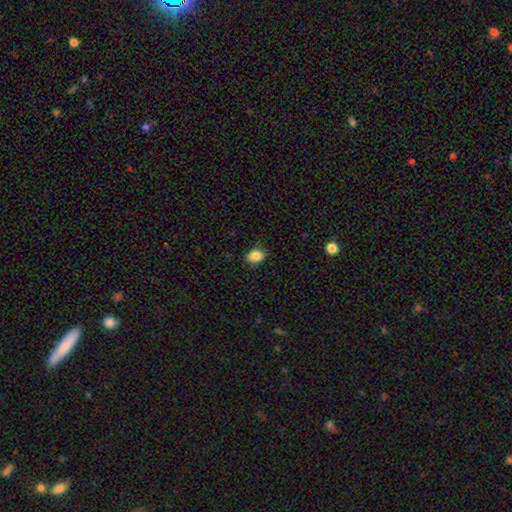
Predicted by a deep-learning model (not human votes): smooth-or-featured: smooth: 85% | star or artifact: 10% | featured or disk: 5%
  how-rounded: in between: 72% | round: 26% | cigar-shaped: 1%
  merging: none: 79% | minor disturbance: 17% | major disturbance: 3% | merger: 1%